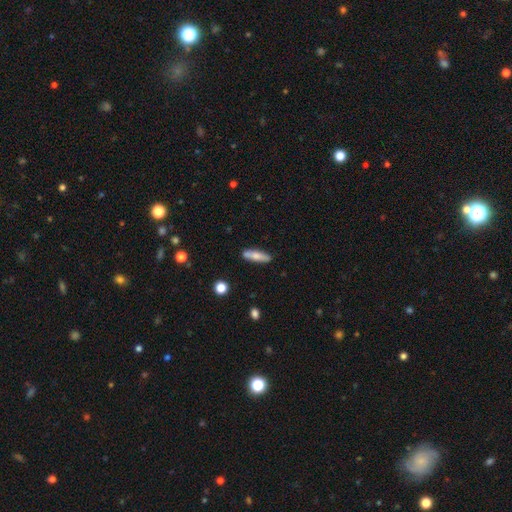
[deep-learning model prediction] Morphology: type=smooth (68%); roundness=cigar-shaped (68%); merging=none (80%).